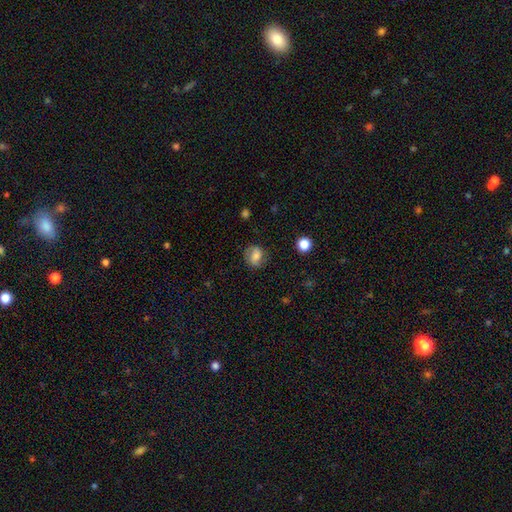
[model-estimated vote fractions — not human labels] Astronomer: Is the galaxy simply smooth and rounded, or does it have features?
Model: smooth — 61%.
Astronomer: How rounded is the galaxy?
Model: round — 62% (runner-up: in between, 37%).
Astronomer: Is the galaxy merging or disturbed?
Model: none — 75%.